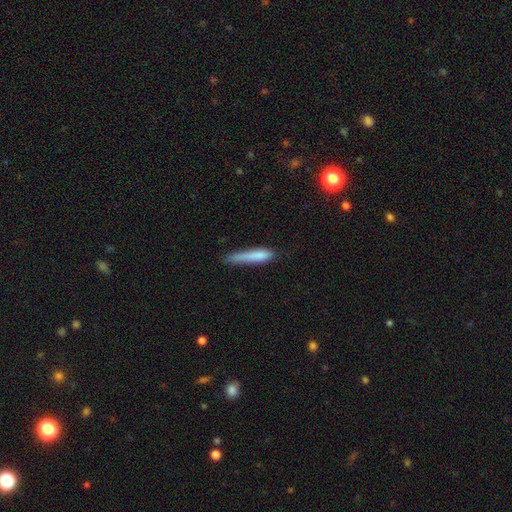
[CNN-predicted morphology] smooth_or_featured: smooth (p=0.79) [alt: featured or disk p=0.14]
how_rounded: cigar-shaped (p=0.89) [alt: in between p=0.09]
merging: none (p=0.61) [alt: minor disturbance p=0.29]